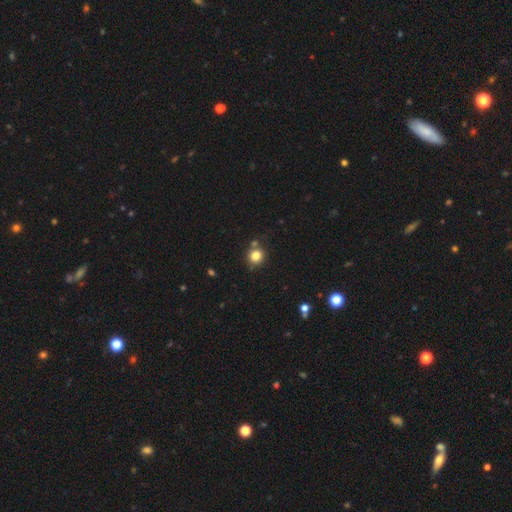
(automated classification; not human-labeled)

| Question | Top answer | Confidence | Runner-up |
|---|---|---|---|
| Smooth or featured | smooth | 82% | star or artifact (12%) |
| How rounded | round | 87% | in between (12%) |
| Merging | none | 75% | minor disturbance (11%) |